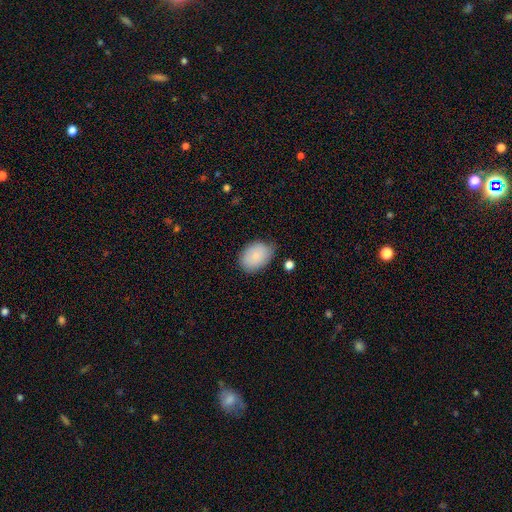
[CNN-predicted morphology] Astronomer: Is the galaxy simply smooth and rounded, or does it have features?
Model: smooth — 83%.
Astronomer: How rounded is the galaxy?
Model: in between — 78%.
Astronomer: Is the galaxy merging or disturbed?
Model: none — 72%.